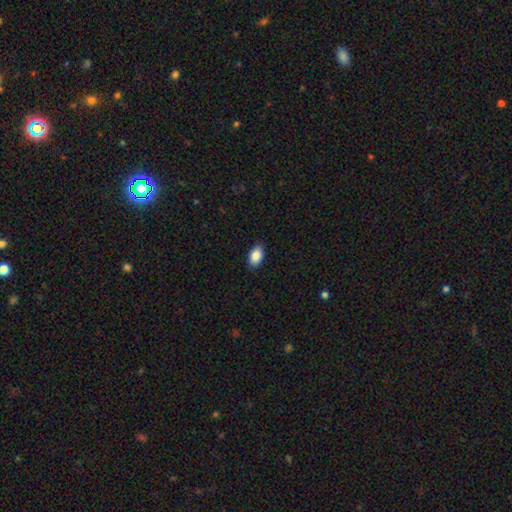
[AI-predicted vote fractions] Smooth or featured? Predicted: smooth (p=0.88). How rounded? Predicted: in between (p=0.92). Merging? Predicted: none (p=0.88).